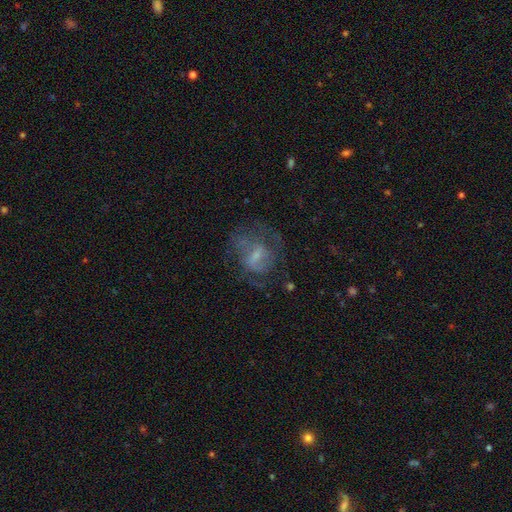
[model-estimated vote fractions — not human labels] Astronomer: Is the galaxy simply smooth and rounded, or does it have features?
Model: featured or disk — 58%.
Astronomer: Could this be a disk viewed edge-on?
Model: no — 96%.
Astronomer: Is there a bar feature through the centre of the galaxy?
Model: weak — 49% (runner-up: no, 35%).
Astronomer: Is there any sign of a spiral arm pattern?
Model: yes — 61% (runner-up: no, 39%).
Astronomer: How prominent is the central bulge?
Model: small — 41% (runner-up: moderate, 28%).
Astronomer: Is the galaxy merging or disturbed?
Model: none — 49% (runner-up: major disturbance, 29%).